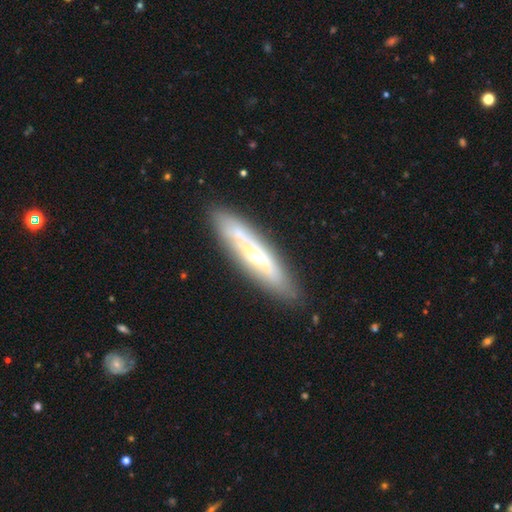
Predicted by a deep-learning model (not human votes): Q: Smooth or featured?
A: featured or disk (62%); runner-up: smooth (31%)
Q: Edge-on disk?
A: yes (64%); runner-up: no (36%)
Q: Merging?
A: none (81%); runner-up: minor disturbance (13%)